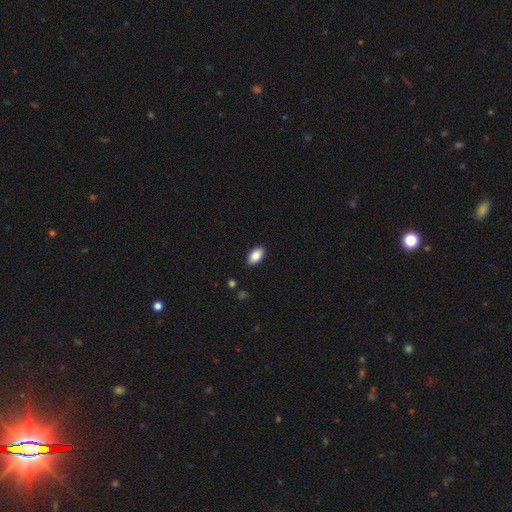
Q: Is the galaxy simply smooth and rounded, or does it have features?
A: smooth — 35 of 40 (88%).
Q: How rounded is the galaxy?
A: in between — 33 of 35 (94%).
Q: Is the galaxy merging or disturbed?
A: none — 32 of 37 (86%).